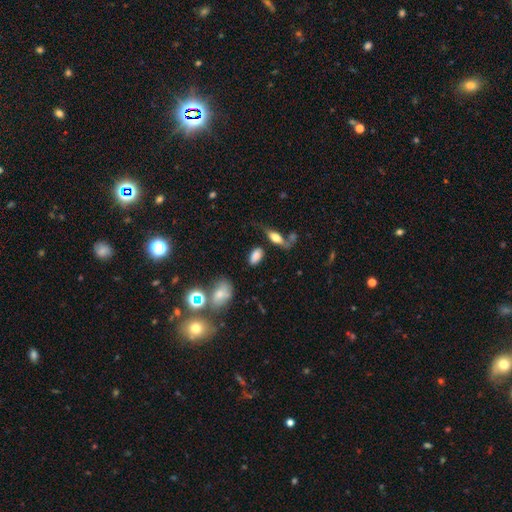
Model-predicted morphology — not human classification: smooth 79%, featured or disk 10%, star or artifact 10%. Down the decision tree: how rounded — in between (89%); merging — none (65%).